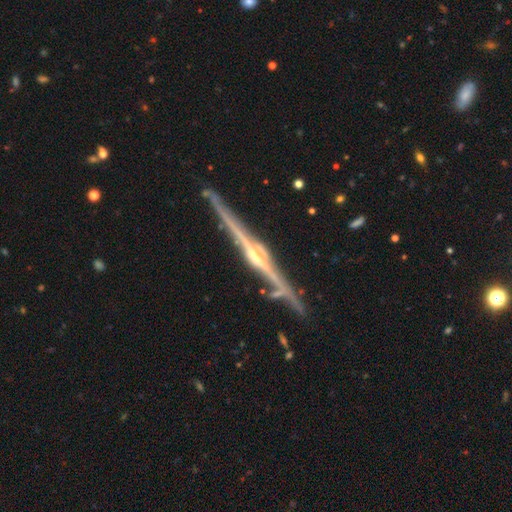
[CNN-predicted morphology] Q: Smooth or featured?
A: featured or disk (90%); runner-up: star or artifact (5%)
Q: Edge-on disk?
A: yes (98%); runner-up: no (2%)
Q: Edge-on bulge?
A: rounded (79%); runner-up: boxy (11%)
Q: Merging?
A: none (80%); runner-up: minor disturbance (13%)